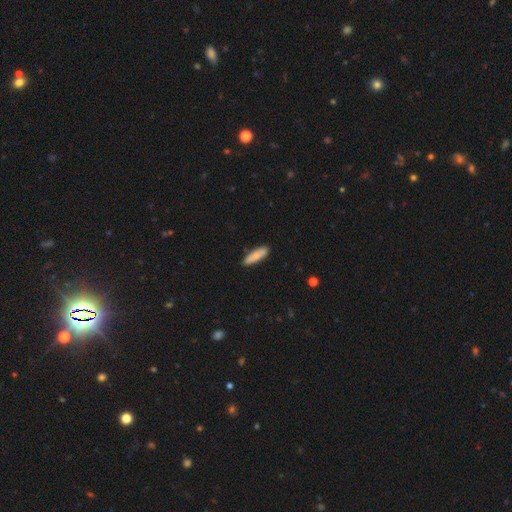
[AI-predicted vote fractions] This appears to be a smooth galaxy with no disk features (79%) that is cigar-shaped (67%). Merging: none (85%).